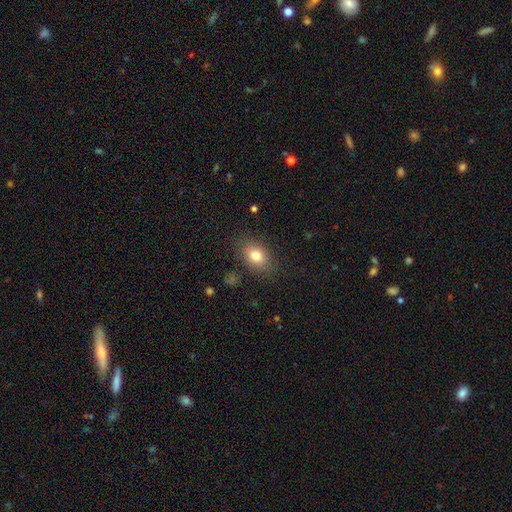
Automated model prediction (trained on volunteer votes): smooth_or_featured: smooth (p=0.79) [alt: featured or disk p=0.11]
how_rounded: in between (p=0.74) [alt: round p=0.25]
merging: none (p=0.83) [alt: minor disturbance p=0.12]